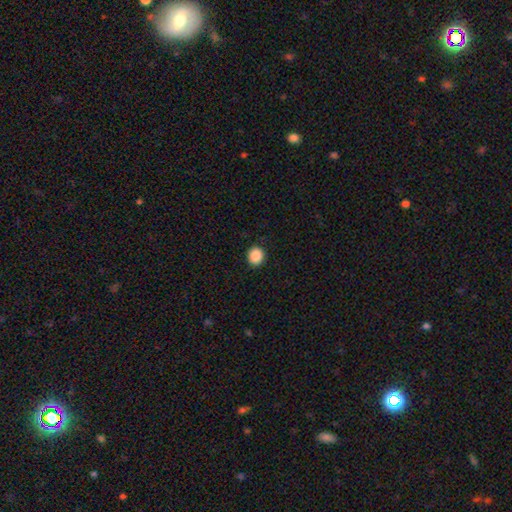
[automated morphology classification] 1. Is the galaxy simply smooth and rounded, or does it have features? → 89% smooth, 9% star or artifact, 3% featured or disk.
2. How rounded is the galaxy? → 83% round, 16% in between, 1% cigar-shaped.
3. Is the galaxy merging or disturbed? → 91% none, 6% minor disturbance, 2% major disturbance, 1% merger.